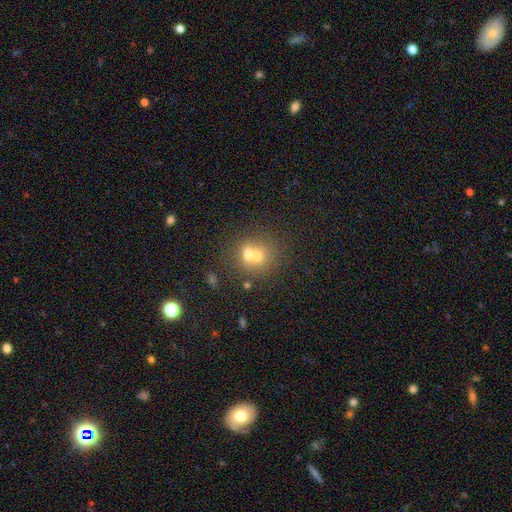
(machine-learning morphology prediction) The model was most divided on "merging": merger: 53%, none: 37%, minor disturbance: 7%, major disturbance: 3%. More confident: how rounded — round (82%); smooth or featured — smooth (62%).